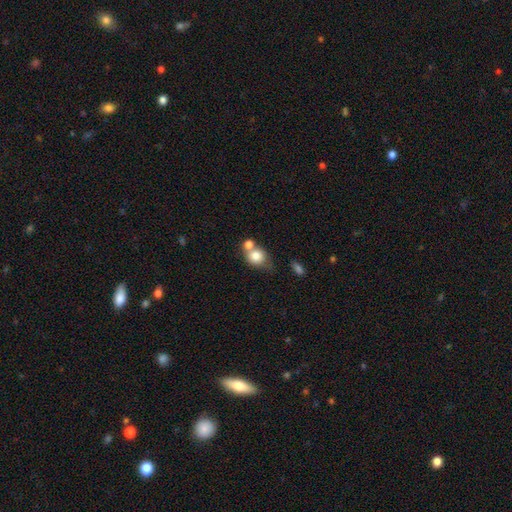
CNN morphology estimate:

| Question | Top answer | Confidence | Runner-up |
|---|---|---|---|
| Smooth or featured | smooth | 78% | featured or disk (13%) |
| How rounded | round | 69% | in between (30%) |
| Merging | merger | 46% | none (37%) |